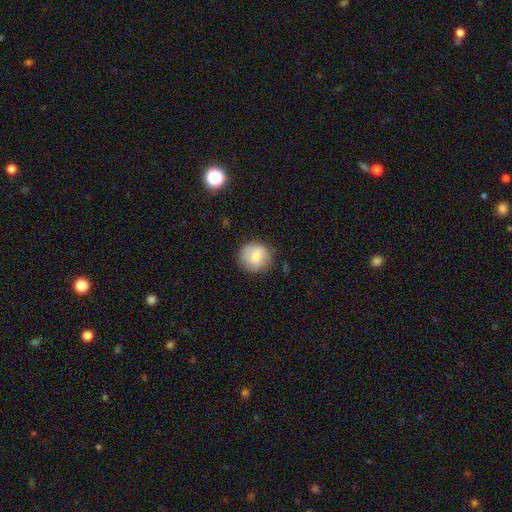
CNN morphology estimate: Smooth or featured?
  - smooth: 75% *
  - featured or disk: 17%
  - star or artifact: 7%
How rounded?
  - round: 91% *
  - in between: 8%
  - cigar-shaped: 1%
Merging?
  - none: 80% *
  - minor disturbance: 15%
  - major disturbance: 4%
  - merger: 1%